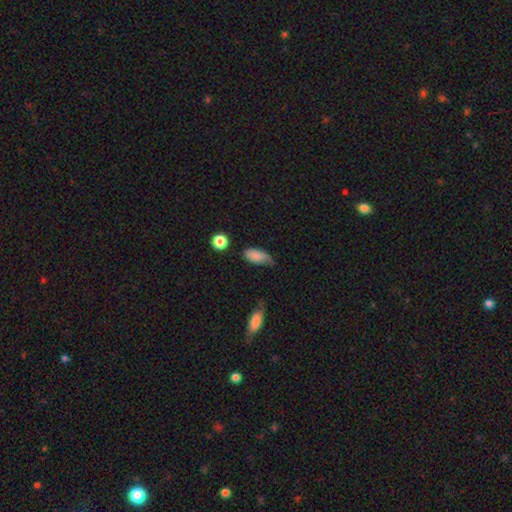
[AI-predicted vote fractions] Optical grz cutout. It shows a smooth galaxy with no disk features (80%) that is in between round and cigar-shaped (88%). Merging: minor disturbance (42%).